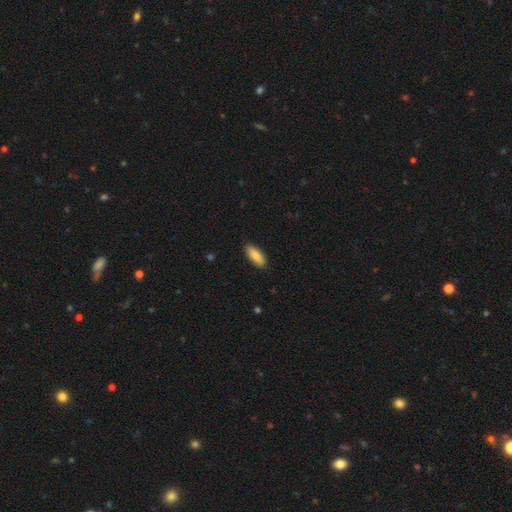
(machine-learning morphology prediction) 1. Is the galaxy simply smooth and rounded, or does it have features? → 83% smooth, 11% featured or disk, 6% star or artifact.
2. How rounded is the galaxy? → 69% in between, 29% cigar-shaped, 2% round.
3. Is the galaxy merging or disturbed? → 88% none, 9% minor disturbance, 2% major disturbance, 1% merger.